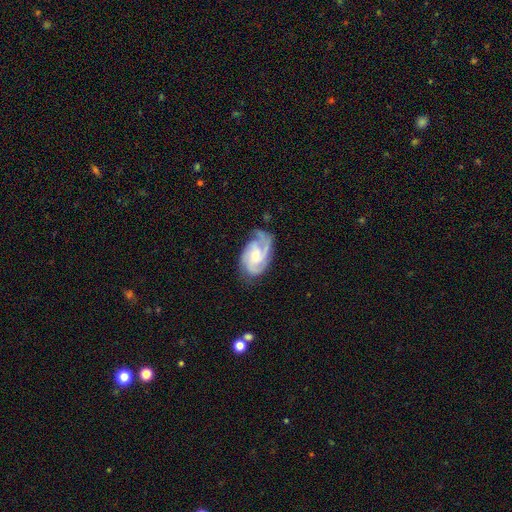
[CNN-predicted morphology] Smooth or featured? Predicted: featured or disk (p=0.85). Edge-on disk? Predicted: no (p=0.97). Bar? Predicted: no (p=0.56). Spiral arms? Predicted: yes (p=0.97). Spiral winding? Predicted: tight (p=0.45). Spiral arm count? Predicted: 3 (p=0.48). Bulge size? Predicted: small (p=0.52). Merging? Predicted: none (p=0.61).